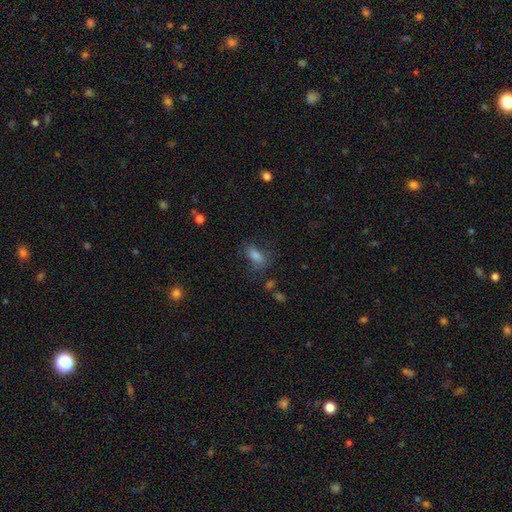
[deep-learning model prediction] This is likely a smooth galaxy (70%). How rounded: likely in between (80%). Merging: likely none (65%).